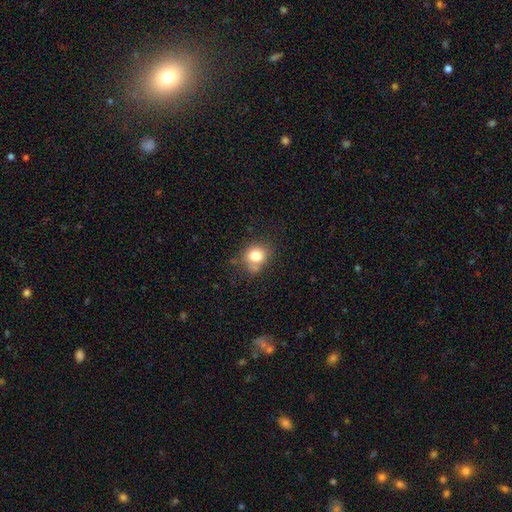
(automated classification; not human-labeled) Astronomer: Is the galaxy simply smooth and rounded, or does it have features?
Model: smooth — 79%.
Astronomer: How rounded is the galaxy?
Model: round — 75%.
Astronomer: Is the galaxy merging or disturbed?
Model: none — 62%.